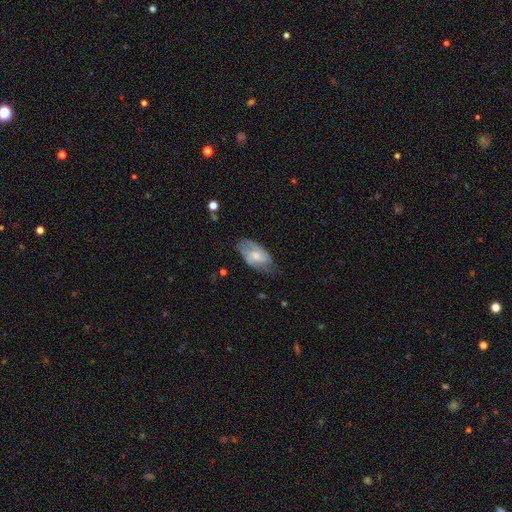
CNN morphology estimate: The model was most divided on "smooth or featured": featured or disk: 51%, smooth: 43%, star or artifact: 6%. More confident: edge-on disk — no (93%); merging — none (57%).